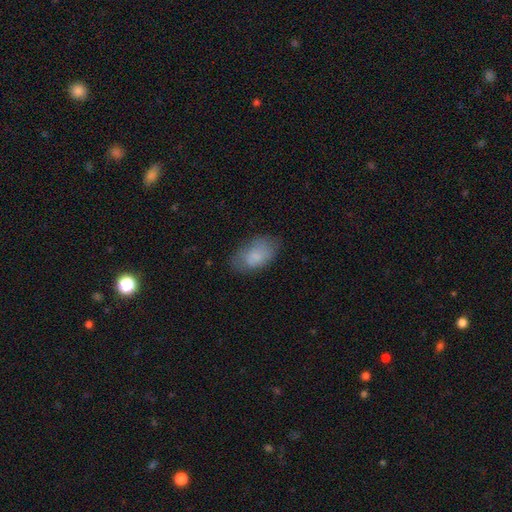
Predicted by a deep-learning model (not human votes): Smooth or featured?
  - smooth: 79% *
  - featured or disk: 14%
  - star or artifact: 7%
How rounded?
  - in between: 93% *
  - round: 5%
  - cigar-shaped: 2%
Merging?
  - none: 70% *
  - minor disturbance: 22%
  - major disturbance: 7%
  - merger: 2%